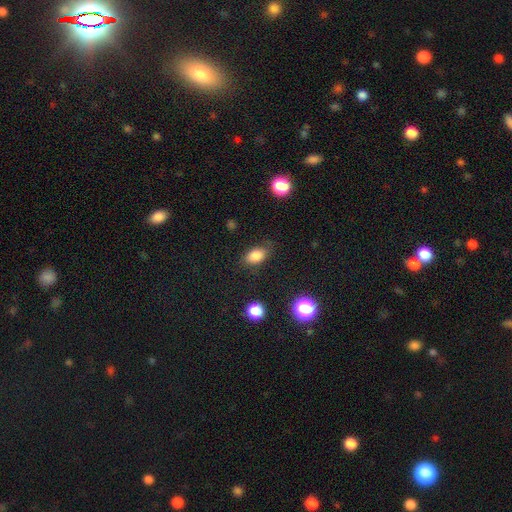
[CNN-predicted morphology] Smooth or featured?
  - smooth: 83% *
  - star or artifact: 10%
  - featured or disk: 7%
How rounded?
  - in between: 85% *
  - round: 13%
  - cigar-shaped: 2%
Merging?
  - none: 77% *
  - minor disturbance: 17%
  - major disturbance: 4%
  - merger: 2%